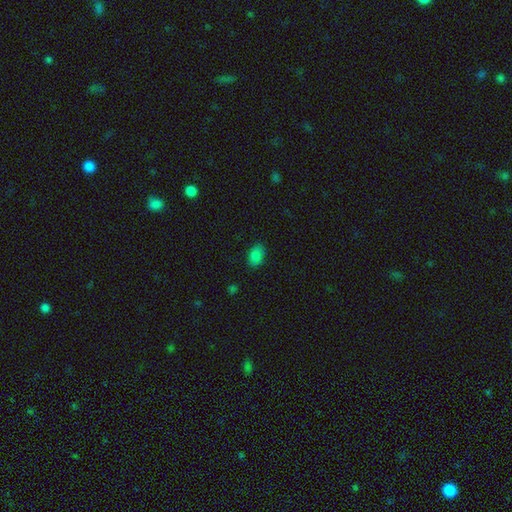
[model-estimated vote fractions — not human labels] Morphology: type=smooth (84%); roundness=in between (88%); merging=none (83%).